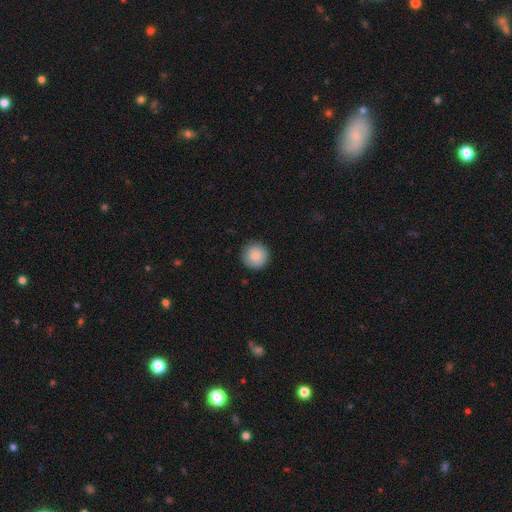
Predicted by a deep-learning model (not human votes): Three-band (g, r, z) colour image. It shows a smooth galaxy with no disk features (85%) that is round (96%). Merging: none (91%).